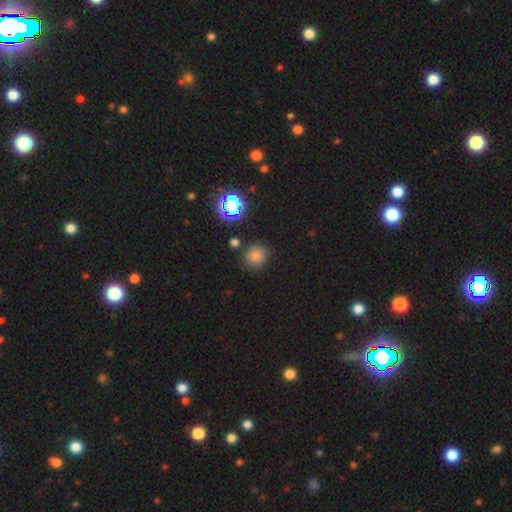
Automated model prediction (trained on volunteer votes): Overall: smooth (74%). How rounded: round (85%). Merging: none (82%).